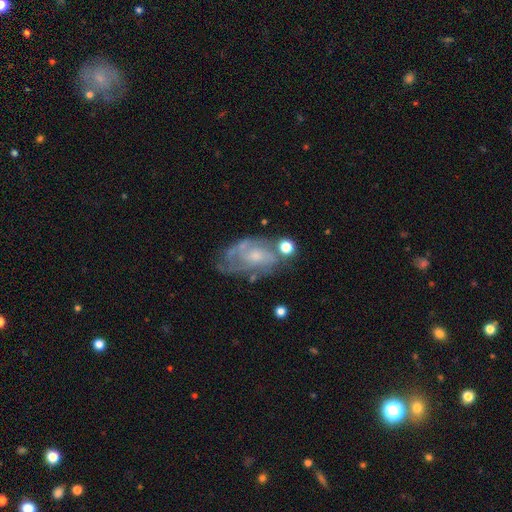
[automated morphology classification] Smooth or featured? featured or disk (72%)
Edge-on disk? no (95%)
Bar? no (73%)
Spiral arms? yes (72%)
Bulge size? small (57%)
Merging? none (49%)